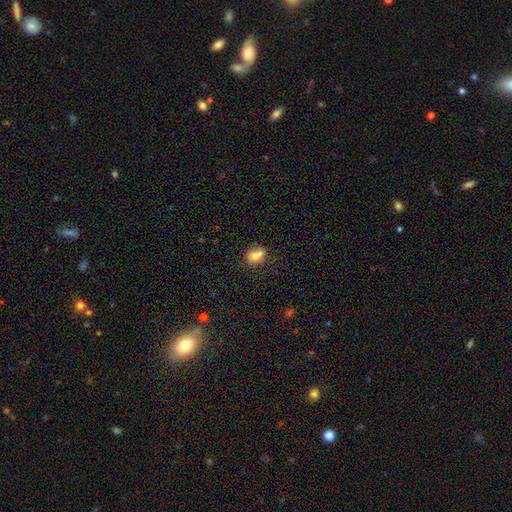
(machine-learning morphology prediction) A smooth galaxy with no disk features (74%) that is in between round and cigar-shaped (51%).

Vote fractions:
- Smooth or featured? smooth: 74% / featured or disk: 14% / star or artifact: 12%
- How rounded? in between: 51% / round: 47% / cigar-shaped: 2%
- Merging? none: 50% / merger: 27% / minor disturbance: 18% / major disturbance: 6%